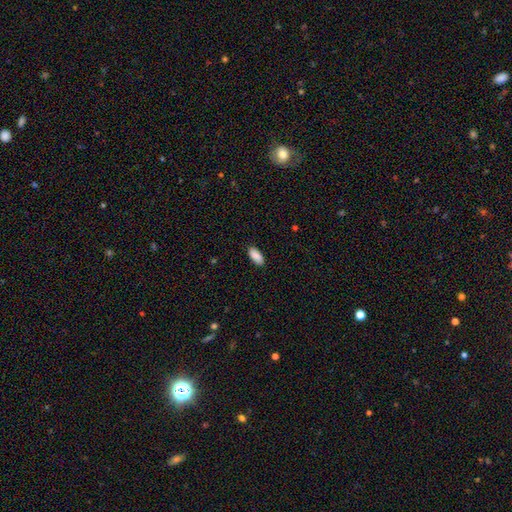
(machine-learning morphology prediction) Overall: smooth (90%). How rounded: in between (89%). Merging: none (87%).